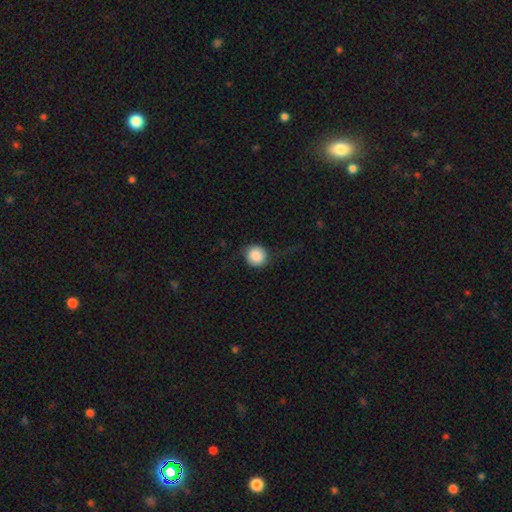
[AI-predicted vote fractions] This appears to be a smooth galaxy with no disk features (84%) that is round (91%). Merging: none (70%).